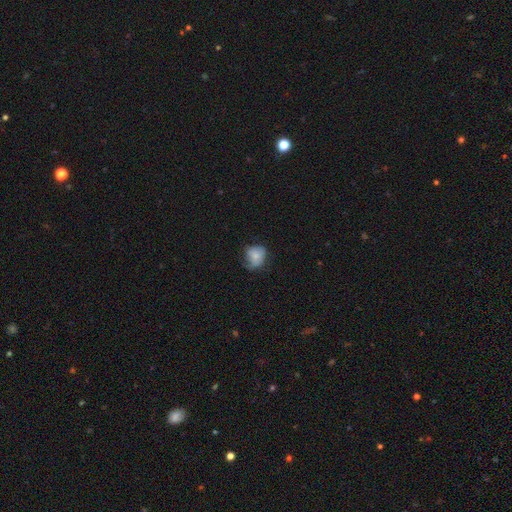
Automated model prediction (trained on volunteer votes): A smooth galaxy with no disk features (70%) that is round (58%). Merging: none (42%).